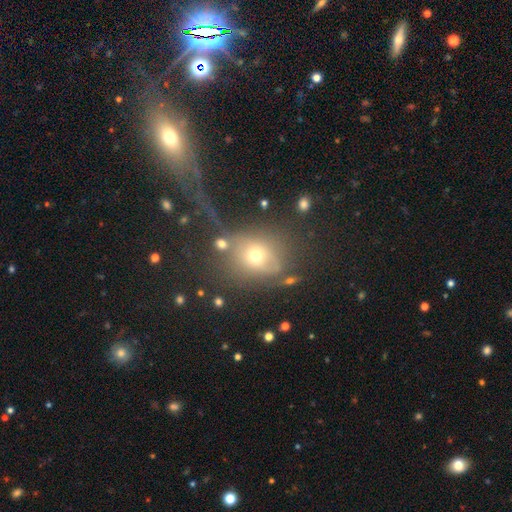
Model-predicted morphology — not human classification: This appears to be a smooth galaxy with no disk features (59%) that is round (58%). Merging: none (46%).